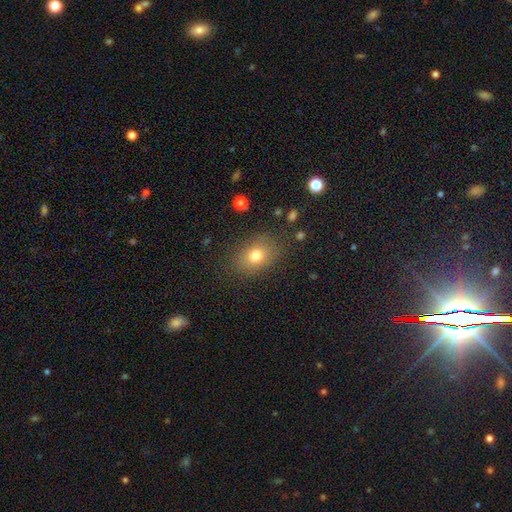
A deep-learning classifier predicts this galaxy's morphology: This is likely a smooth galaxy (76%). How rounded: likely in between (68%). Merging: clearly none (82%).